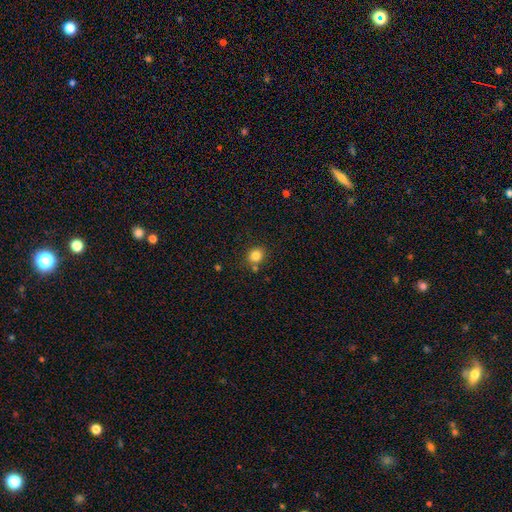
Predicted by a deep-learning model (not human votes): Smooth or featured: smooth — 82% (star or artifact — 12%)
How rounded: round — 79% (in between — 20%)
Merging: none — 77% (minor disturbance — 10%)